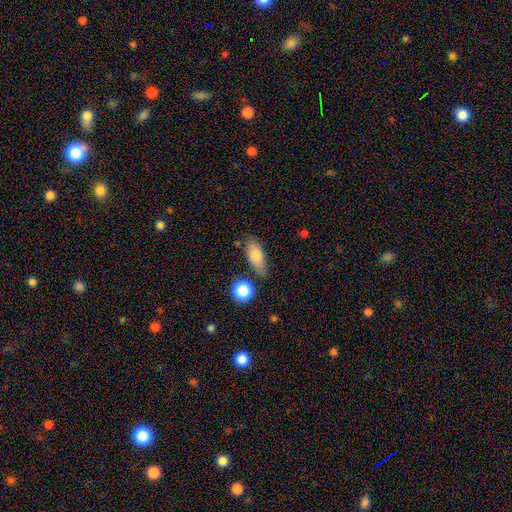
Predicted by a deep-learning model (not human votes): smooth_or_featured: smooth (p=0.81) [alt: featured or disk p=0.11]
how_rounded: in between (p=0.81) [alt: cigar-shaped p=0.15]
merging: none (p=0.69) [alt: minor disturbance p=0.20]